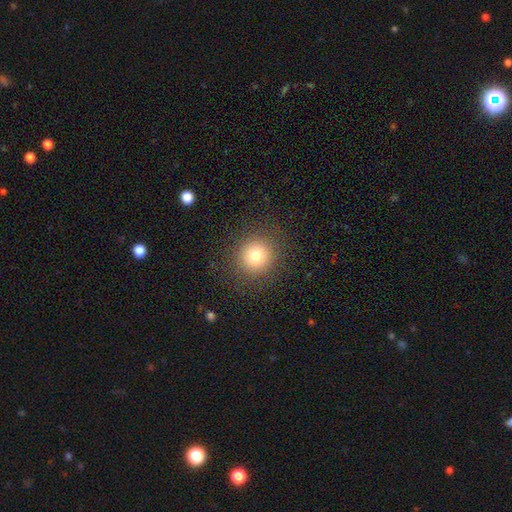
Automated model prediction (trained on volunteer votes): The model was most divided on "smooth or featured": smooth: 77%, star or artifact: 14%, featured or disk: 9%. More confident: how rounded — round (91%); merging — none (89%).